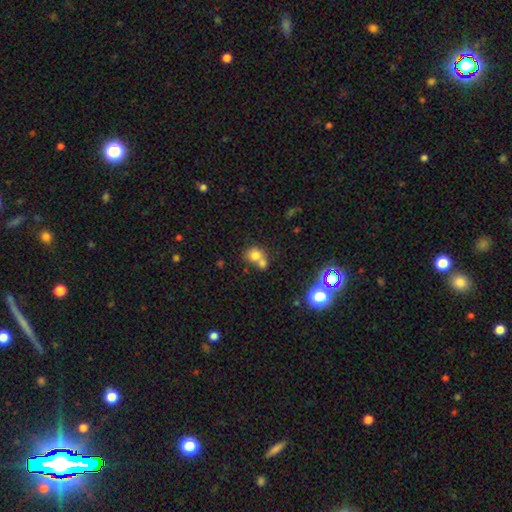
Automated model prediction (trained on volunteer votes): A smooth galaxy with no disk features (73%) that is round (71%).

Vote fractions:
- Smooth or featured? smooth: 73% / star or artifact: 13% / featured or disk: 13%
- How rounded? round: 71% / in between: 28% / cigar-shaped: 1%
- Merging? merger: 53% / none: 35% / minor disturbance: 8% / major disturbance: 4%